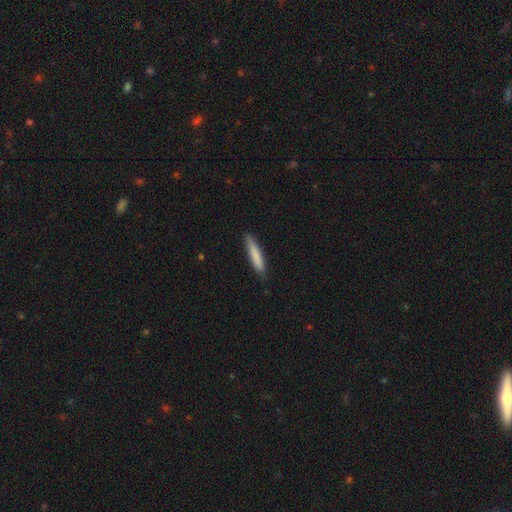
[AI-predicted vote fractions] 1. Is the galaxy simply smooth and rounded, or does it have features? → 81% smooth, 13% featured or disk, 6% star or artifact.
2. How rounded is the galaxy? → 89% cigar-shaped, 9% in between, 1% round.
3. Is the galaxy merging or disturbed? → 86% none, 11% minor disturbance, 2% major disturbance, 1% merger.